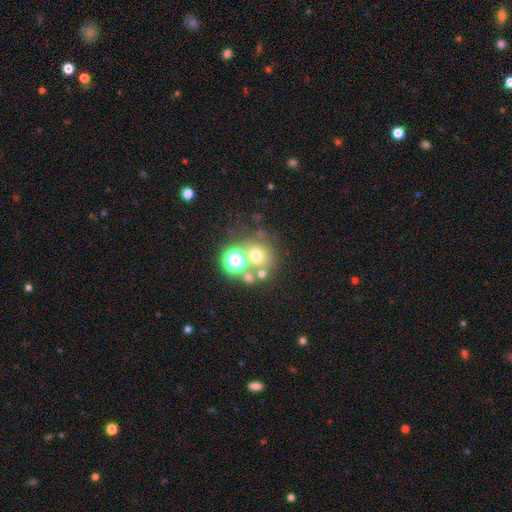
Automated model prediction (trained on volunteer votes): This is possibly a smooth galaxy (58%). How rounded: likely round (78%). Merging: possibly none (53%).